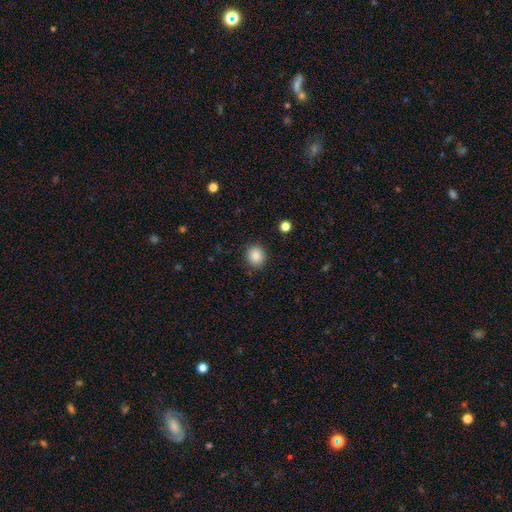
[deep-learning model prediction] A smooth galaxy with no disk features (86%) that is round (82%).

Vote fractions:
- Smooth or featured? smooth: 86% / star or artifact: 10% / featured or disk: 4%
- How rounded? round: 82% / in between: 17% / cigar-shaped: 1%
- Merging? none: 89% / minor disturbance: 8% / major disturbance: 2% / merger: 1%